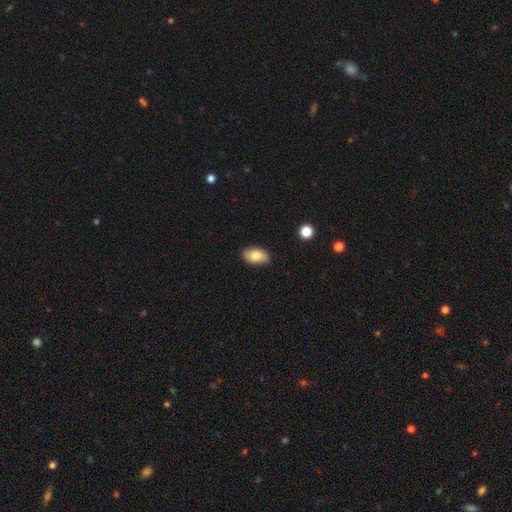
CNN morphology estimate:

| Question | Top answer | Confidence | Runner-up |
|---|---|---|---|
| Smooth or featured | smooth | 81% | featured or disk (12%) |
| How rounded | in between | 92% | round (6%) |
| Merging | none | 81% | minor disturbance (15%) |